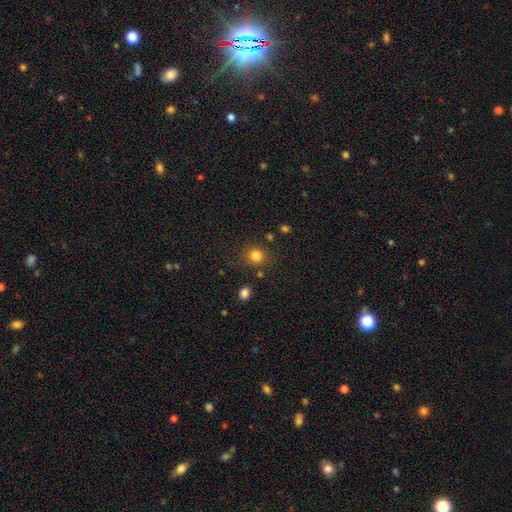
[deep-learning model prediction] smooth-or-featured: smooth: 82% | star or artifact: 12% | featured or disk: 5%
  how-rounded: round: 85% | in between: 14% | cigar-shaped: 1%
  merging: none: 81% | minor disturbance: 10% | merger: 5% | major disturbance: 4%